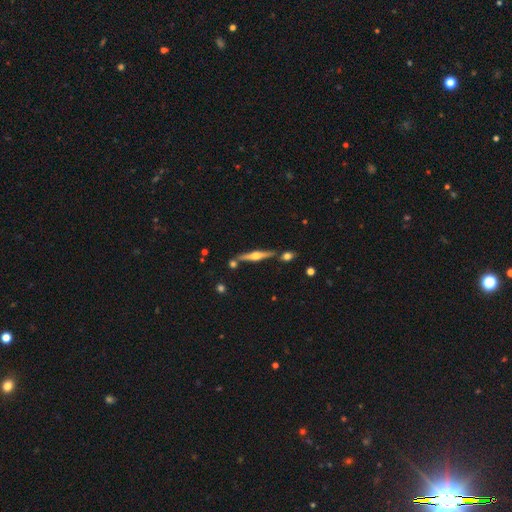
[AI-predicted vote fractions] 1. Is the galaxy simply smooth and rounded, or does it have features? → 75% featured or disk, 19% smooth, 6% star or artifact.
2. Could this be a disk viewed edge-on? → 98% yes, 2% no.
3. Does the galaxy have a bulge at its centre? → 91% rounded, 6% boxy, 3% none.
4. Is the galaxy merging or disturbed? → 79% none, 10% minor disturbance, 9% merger, 2% major disturbance.